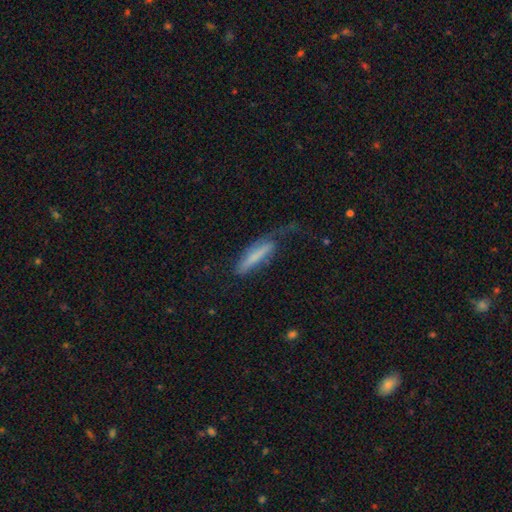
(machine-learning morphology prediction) Q: Smooth or featured?
A: smooth (61%); runner-up: featured or disk (32%)
Q: How rounded?
A: cigar-shaped (79%); runner-up: in between (19%)
Q: Merging?
A: major disturbance (35%); runner-up: none (33%)